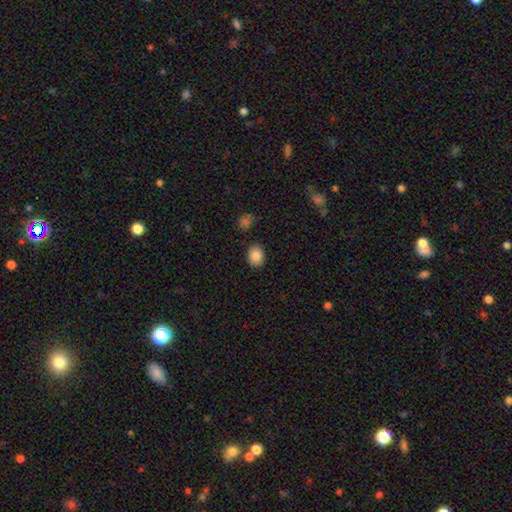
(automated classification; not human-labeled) smooth-or-featured: smooth: 87% | star or artifact: 9% | featured or disk: 4%
  how-rounded: in between: 59% | round: 40% | cigar-shaped: 1%
  merging: none: 86% | minor disturbance: 9% | merger: 3% | major disturbance: 2%